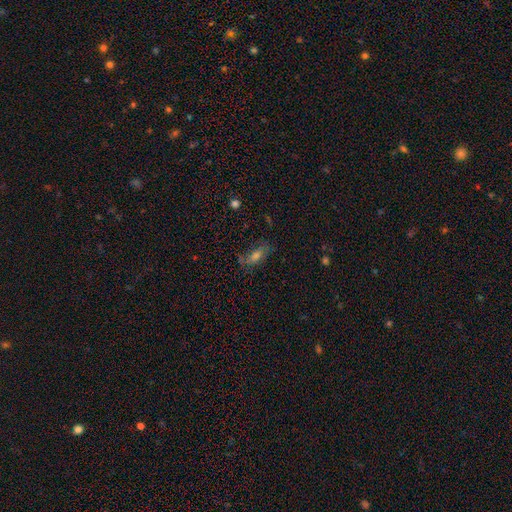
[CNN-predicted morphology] smooth-or-featured: smooth: 53% | featured or disk: 26% | star or artifact: 21%
  how-rounded: in between: 70% | cigar-shaped: 22% | round: 8%
  merging: none: 68% | minor disturbance: 20% | major disturbance: 9% | merger: 4%